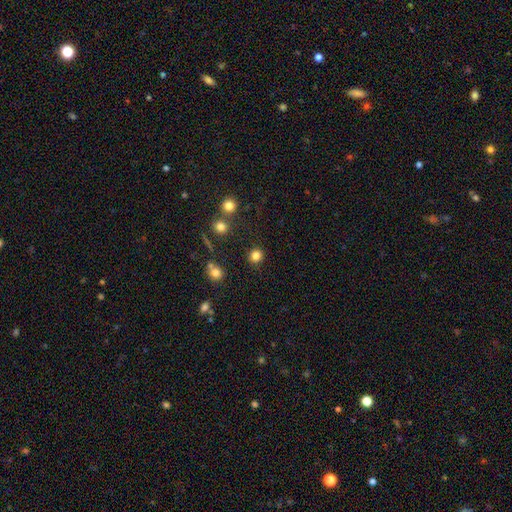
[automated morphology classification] The model was most divided on "smooth or featured": smooth: 81%, star or artifact: 14%, featured or disk: 5%. More confident: how rounded — round (89%); merging — none (87%).